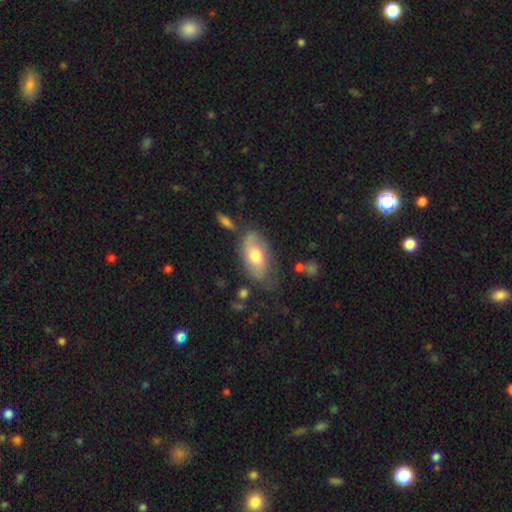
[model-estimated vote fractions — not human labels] This appears to be a smooth galaxy with no disk features (55%) that is in between round and cigar-shaped (90%). Merging: none (64%).